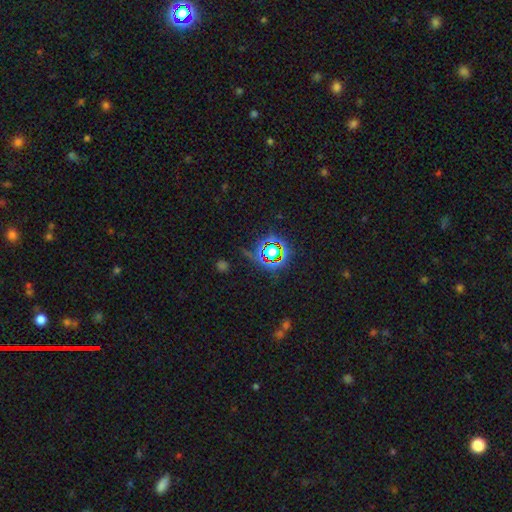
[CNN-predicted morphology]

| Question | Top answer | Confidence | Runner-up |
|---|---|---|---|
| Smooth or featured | star or artifact | 69% | smooth (20%) |